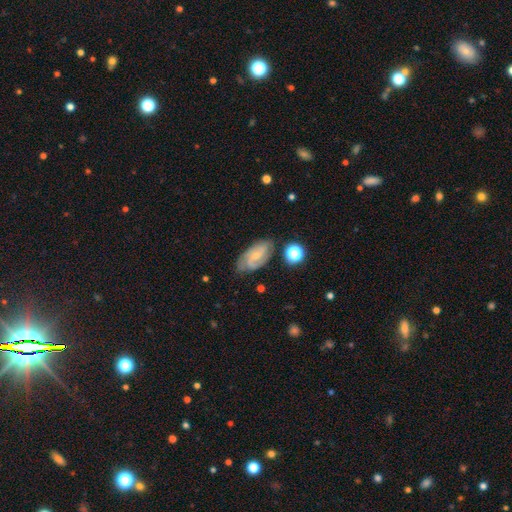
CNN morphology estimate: Overall: featured or disk (74%). Edge-on disk: no (95%). Bar: weak (49%; no 39%). Spiral arms: yes (94%). Spiral arm count: 2 (66%). Spiral winding: medium (46%; tight 40%). Bulge size: small (68%). Merging: none (71%).